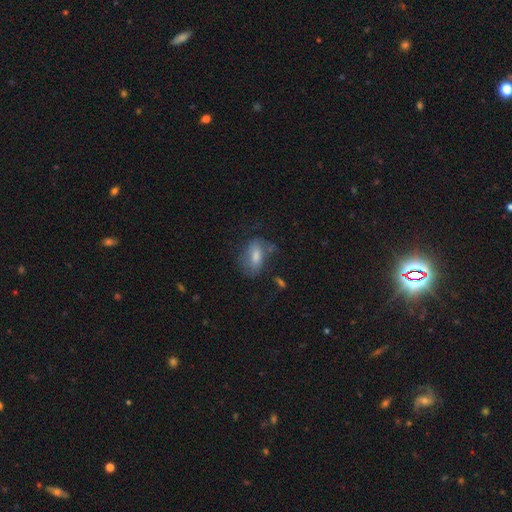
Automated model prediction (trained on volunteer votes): This is likely a smooth galaxy (64%). How rounded: clearly in between (86%). Merging: possibly none (51%).